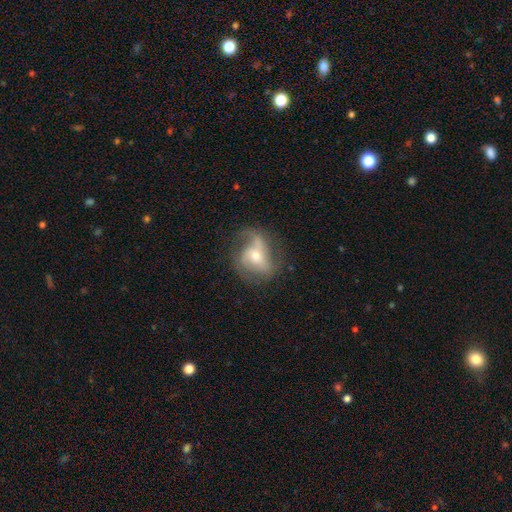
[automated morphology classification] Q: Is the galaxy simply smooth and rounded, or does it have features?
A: featured or disk — 73%.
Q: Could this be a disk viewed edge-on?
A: no — 96%.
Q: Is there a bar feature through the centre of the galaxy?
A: no — 49%.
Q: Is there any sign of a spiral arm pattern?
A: yes — 89%.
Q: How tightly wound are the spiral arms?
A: medium — 42%.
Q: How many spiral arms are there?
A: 2 — 50%.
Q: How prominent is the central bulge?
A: moderate — 51%.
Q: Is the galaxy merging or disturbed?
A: none — 56%.